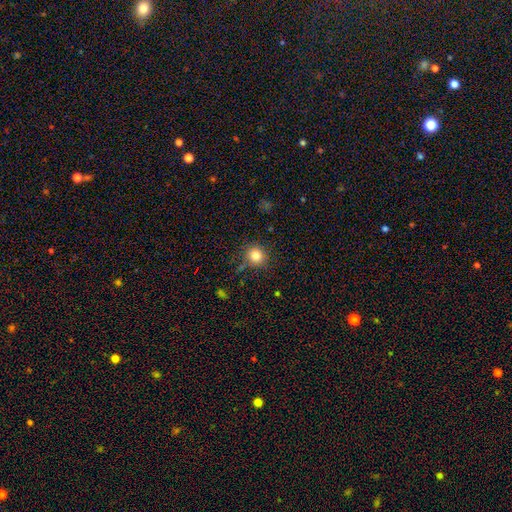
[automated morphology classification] A smooth galaxy with no disk features (83%) that is round (91%). Merging: none (85%).